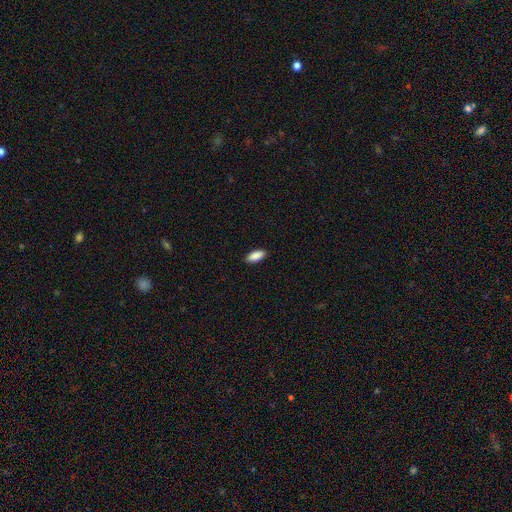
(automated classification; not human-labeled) Smooth or featured?
  - smooth: 90% *
  - star or artifact: 6%
  - featured or disk: 4%
How rounded?
  - in between: 84% *
  - cigar-shaped: 14%
  - round: 2%
Merging?
  - none: 90% *
  - minor disturbance: 8%
  - major disturbance: 2%
  - merger: 1%